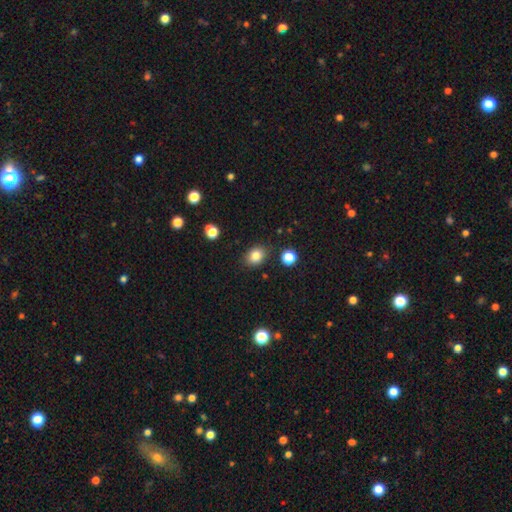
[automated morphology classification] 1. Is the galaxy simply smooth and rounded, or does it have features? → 83% smooth, 11% star or artifact, 6% featured or disk.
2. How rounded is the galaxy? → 59% in between, 40% round, 1% cigar-shaped.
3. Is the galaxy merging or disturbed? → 85% none, 10% minor disturbance, 3% merger, 3% major disturbance.